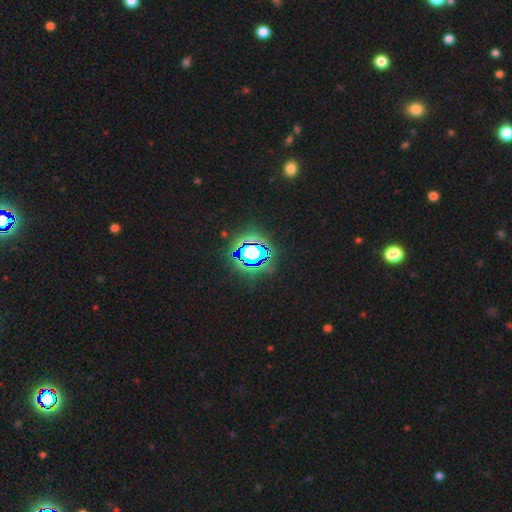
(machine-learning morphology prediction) smooth-or-featured: star or artifact: 70% | smooth: 18% | featured or disk: 12%